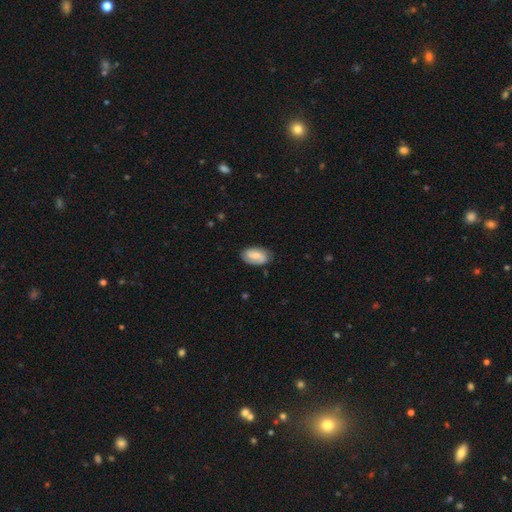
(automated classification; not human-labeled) Smooth or featured?
  - featured or disk: 47% *
  - smooth: 46%
  - star or artifact: 7%
Merging?
  - none: 78% *
  - minor disturbance: 17%
  - major disturbance: 4%
  - merger: 1%